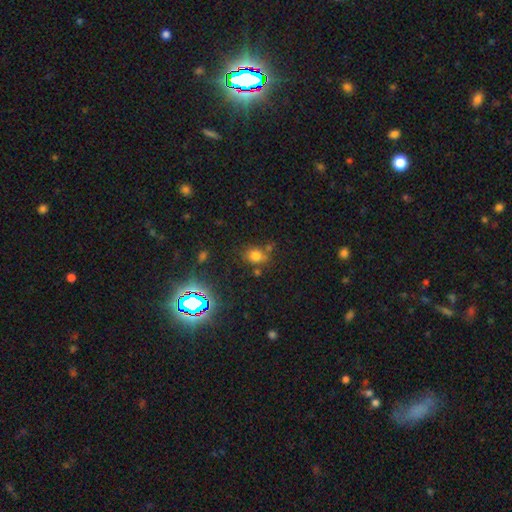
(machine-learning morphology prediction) Smooth or featured?
  - smooth: 69% *
  - star or artifact: 22%
  - featured or disk: 10%
How rounded?
  - round: 59% *
  - in between: 40%
  - cigar-shaped: 1%
Merging?
  - none: 66% *
  - minor disturbance: 17%
  - merger: 12%
  - major disturbance: 6%